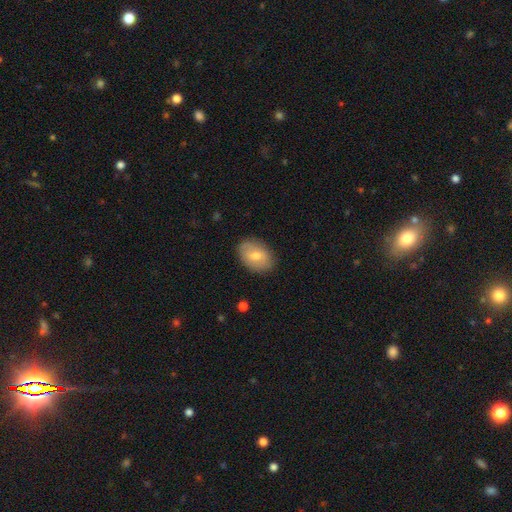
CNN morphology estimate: Smooth or featured?
  - smooth: 68% *
  - featured or disk: 24%
  - star or artifact: 8%
How rounded?
  - in between: 81% *
  - round: 18%
  - cigar-shaped: 1%
Merging?
  - none: 85% *
  - minor disturbance: 11%
  - major disturbance: 3%
  - merger: 1%